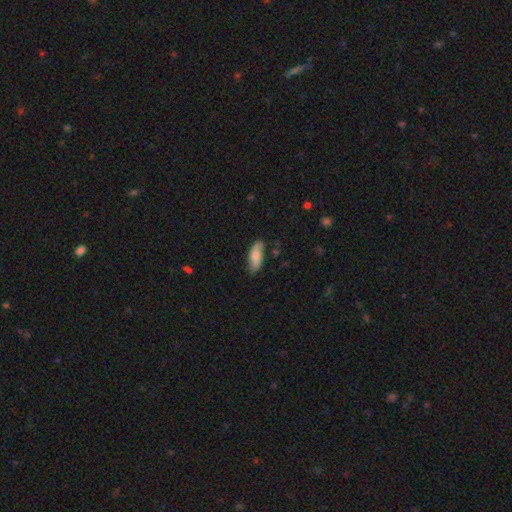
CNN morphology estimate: A smooth galaxy with no disk features (76%) that is in between round and cigar-shaped (75%). Merging: none (74%).